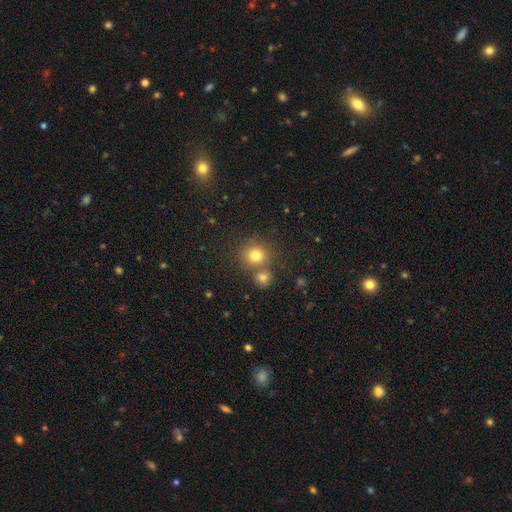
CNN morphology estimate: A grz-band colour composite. It shows a smooth galaxy with no disk features (78%) that is round (86%). Merging: none (60%).